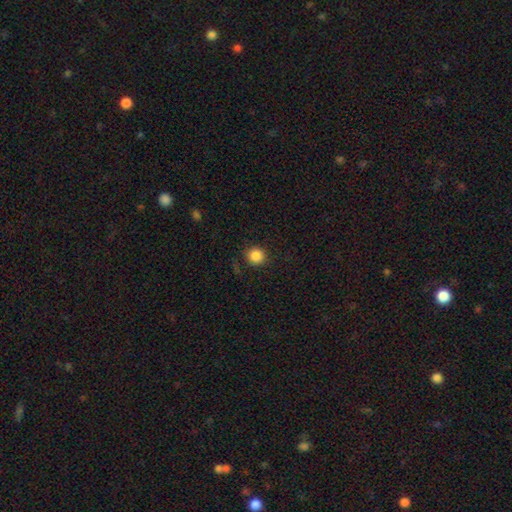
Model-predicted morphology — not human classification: type=smooth (86%); roundness=round (92%); merging=none (87%).